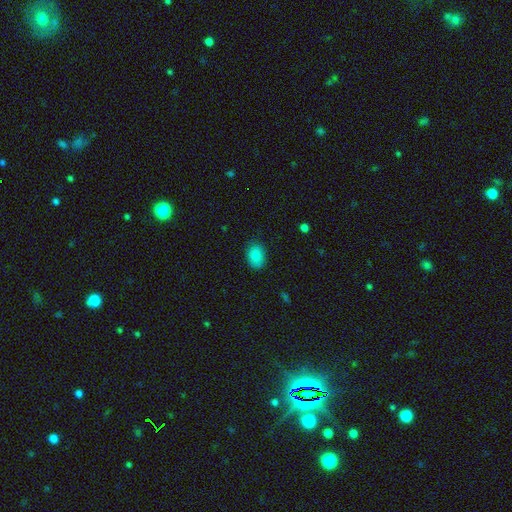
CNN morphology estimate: This appears to be a smooth galaxy with no disk features (86%) that is in between round and cigar-shaped (79%). Merging: none (83%).